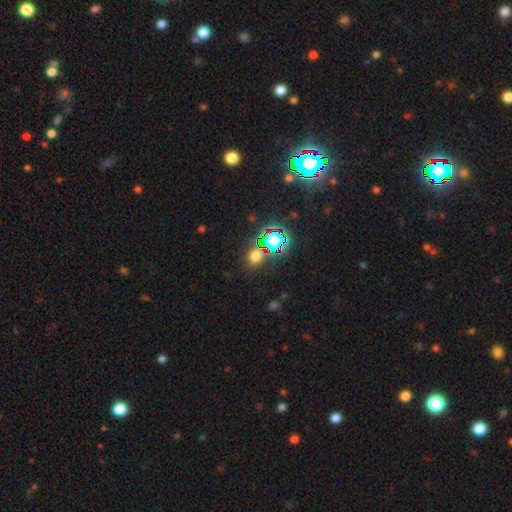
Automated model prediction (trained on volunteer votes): Q: Smooth or featured?
A: smooth (56%); runner-up: star or artifact (38%)
Q: How rounded?
A: round (80%); runner-up: in between (18%)
Q: Merging?
A: none (81%); runner-up: minor disturbance (8%)